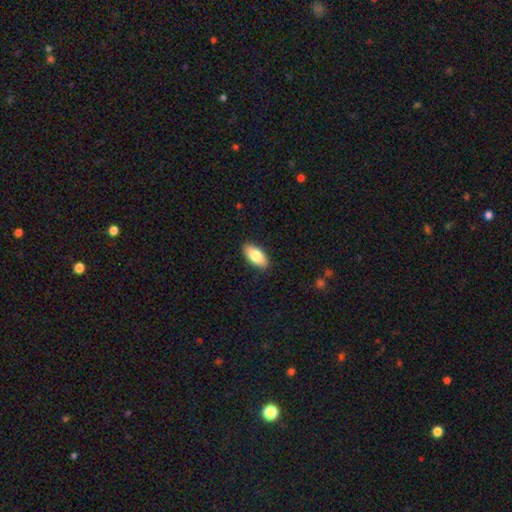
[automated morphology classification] A smooth galaxy with no disk features (80%) that is in between round and cigar-shaped (89%).

Vote fractions:
- Smooth or featured? smooth: 80% / featured or disk: 14% / star or artifact: 6%
- How rounded? in between: 89% / cigar-shaped: 8% / round: 3%
- Merging? none: 89% / minor disturbance: 8% / major disturbance: 2% / merger: 1%